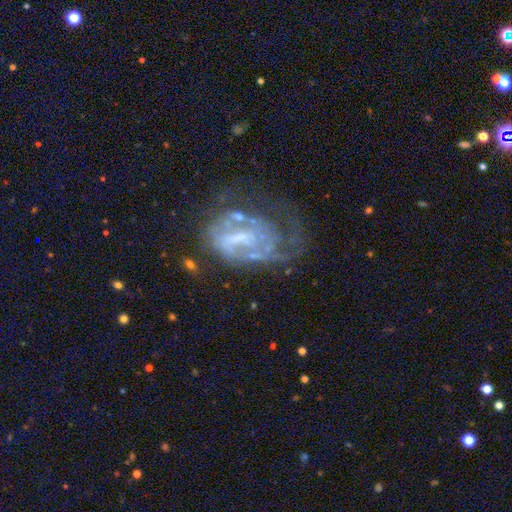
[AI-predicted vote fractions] This appears to be a featured or disk galaxy (69%) with a weak bar (43%), spiral arms (74%) and a small central bulge (41%). Merging: none (42%).